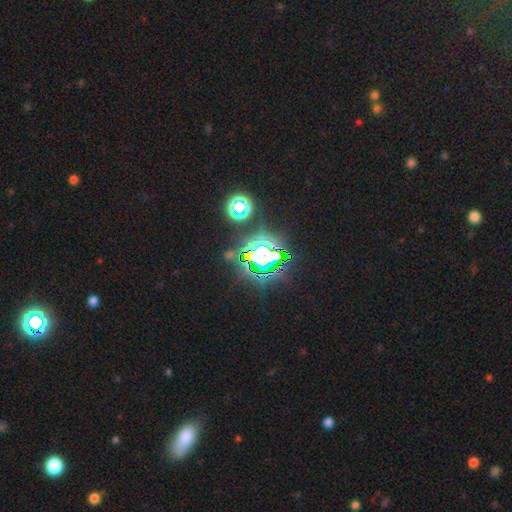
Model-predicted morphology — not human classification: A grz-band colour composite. It shows a star or artifact, not a galaxy (80%).